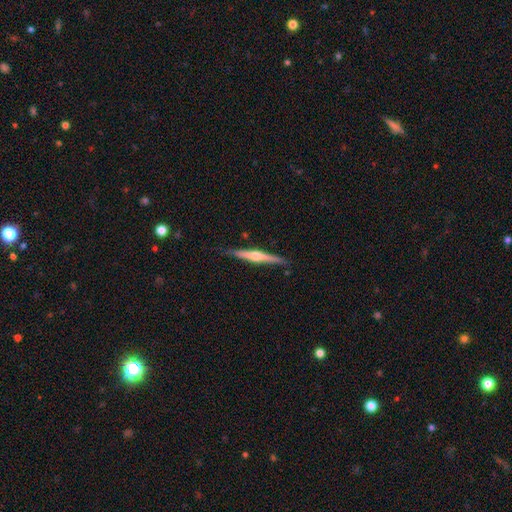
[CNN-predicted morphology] A featured or disk galaxy (70%) viewed edge-on (98%) with a rounded central bulge (82%).

Vote fractions:
- Smooth or featured? featured or disk: 70% / smooth: 25% / star or artifact: 5%
- Edge-on disk? yes: 98% / no: 2%
- Edge-on bulge? rounded: 82% / none: 11% / boxy: 8%
- Merging? none: 86% / minor disturbance: 11% / major disturbance: 2% / merger: 1%